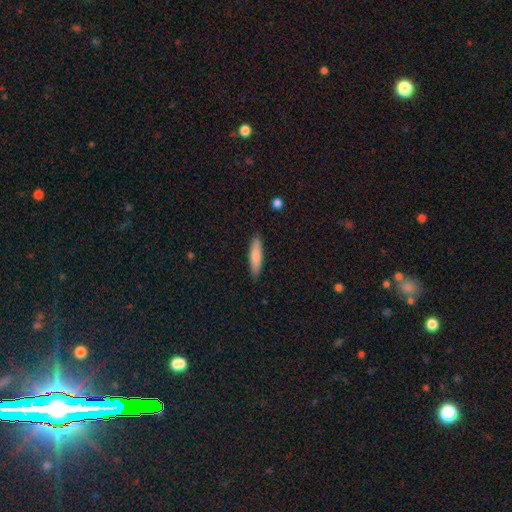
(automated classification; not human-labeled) Smooth or featured: smooth — 81% (featured or disk — 14%)
How rounded: cigar-shaped — 75% (in between — 24%)
Merging: none — 89% (minor disturbance — 8%)